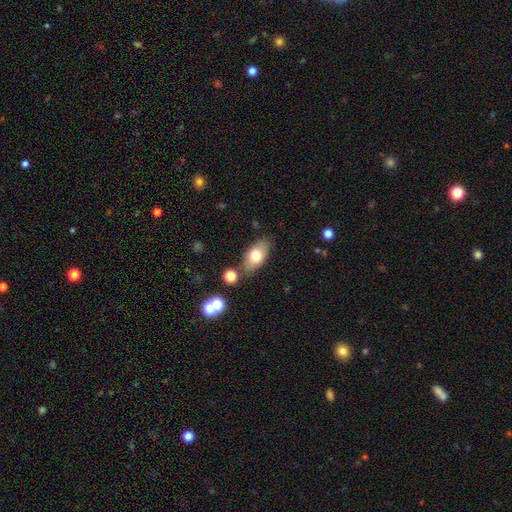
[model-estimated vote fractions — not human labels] This is likely a smooth galaxy (73%). How rounded: clearly in between (89%). Merging: likely none (77%).